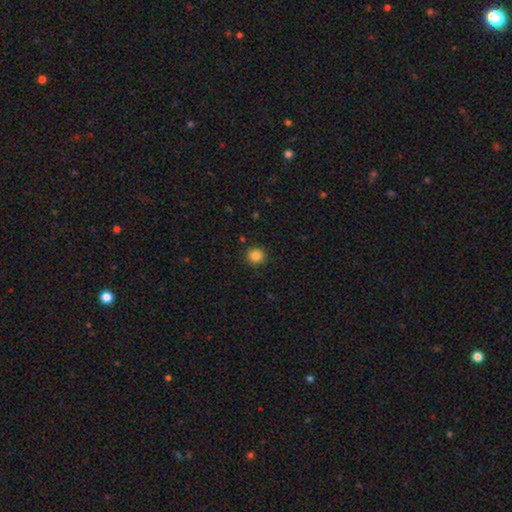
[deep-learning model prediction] Smooth or featured? smooth (84%)
How rounded? round (92%)
Merging? none (91%)